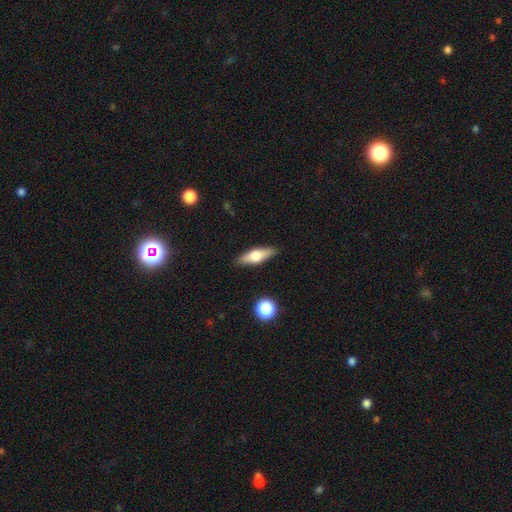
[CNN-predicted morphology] This is possibly a smooth galaxy (51%). How rounded: possibly in between (49%). Merging: clearly none (88%).